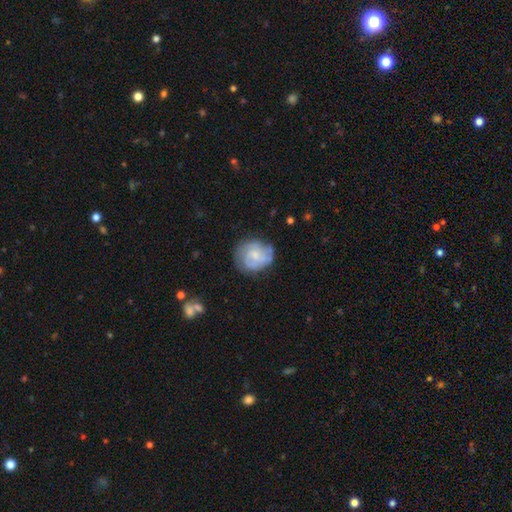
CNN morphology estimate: smooth-or-featured: featured or disk: 60% | smooth: 34% | star or artifact: 7%
  disk-edge-on: no: 98% | yes: 2%
    bar: no: 69% | weak: 28% | strong: 4%
    has-spiral-arms: yes: 76% | no: 24%
    bulge-size: small: 52% | moderate: 29% | none: 15% | large: 2% | dominant: 1%
  merging: none: 65% | minor disturbance: 23% | major disturbance: 10% | merger: 2%